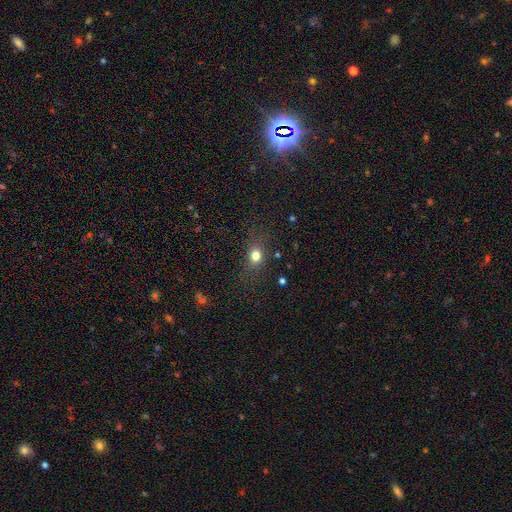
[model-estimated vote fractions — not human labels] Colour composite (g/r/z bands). It shows a smooth galaxy with no disk features (74%) that is round (53%). Merging: none (78%).